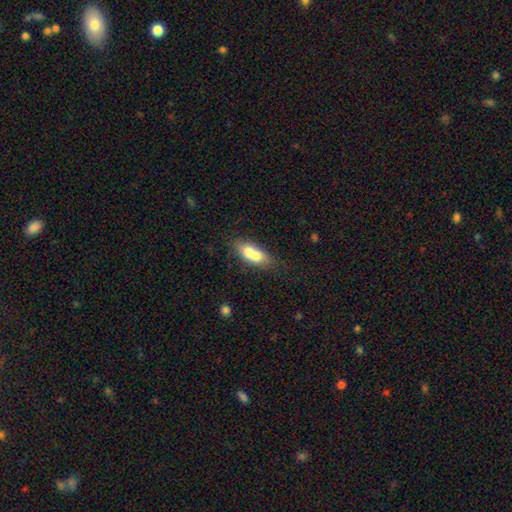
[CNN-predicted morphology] Smooth or featured: smooth — 67% (featured or disk — 25%)
How rounded: in between — 76% (cigar-shaped — 14%)
Merging: merger — 51% (none — 33%)